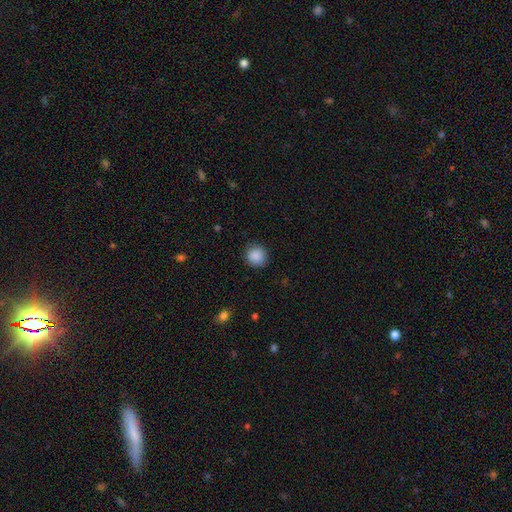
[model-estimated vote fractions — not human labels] Smooth or featured? Predicted: smooth (p=0.89). How rounded? Predicted: round (p=0.91). Merging? Predicted: none (p=0.87).